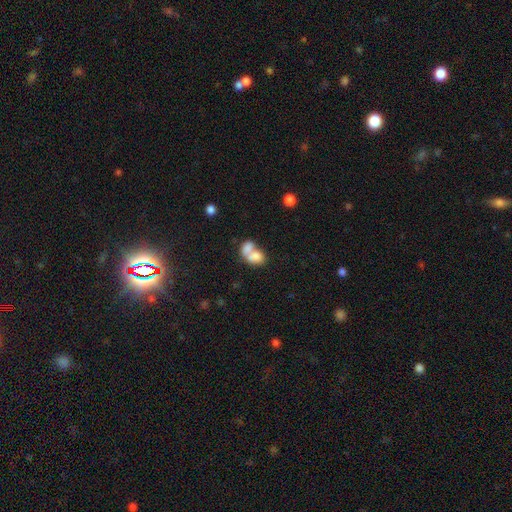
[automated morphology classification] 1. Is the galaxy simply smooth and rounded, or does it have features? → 72% smooth, 19% featured or disk, 9% star or artifact.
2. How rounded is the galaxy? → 72% in between, 27% round, 1% cigar-shaped.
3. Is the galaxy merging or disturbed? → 73% merger, 16% none, 6% minor disturbance, 5% major disturbance.